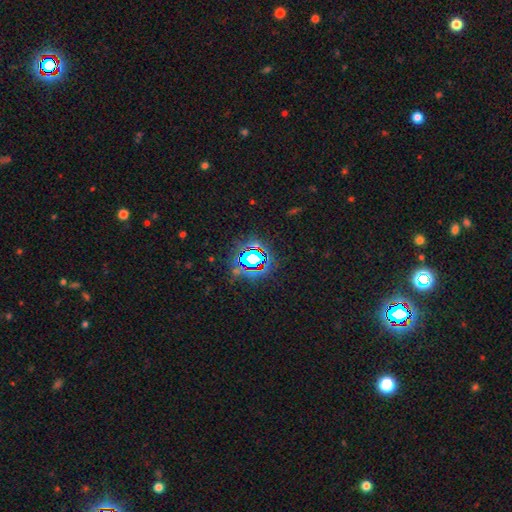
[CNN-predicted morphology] A star or artifact, not a galaxy (78%).